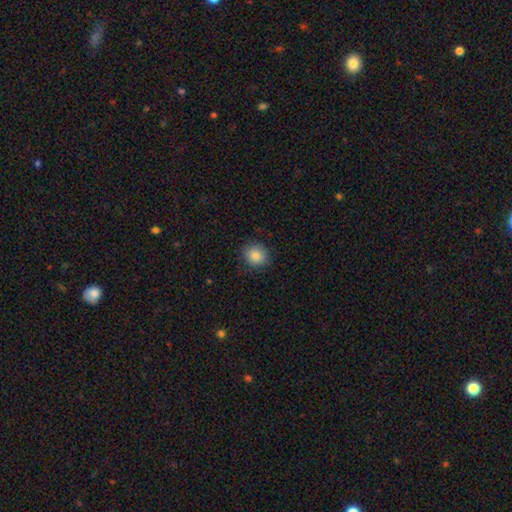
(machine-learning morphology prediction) smooth 86%, star or artifact 9%, featured or disk 5%. Down the decision tree: how rounded — round (82%); merging — none (87%).